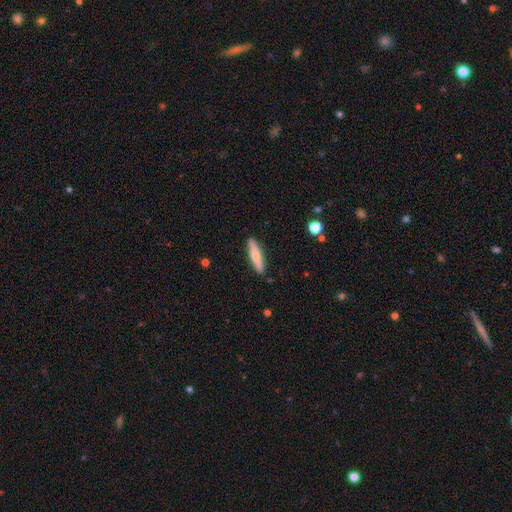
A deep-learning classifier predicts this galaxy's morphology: Smooth or featured: smooth — 63% (featured or disk — 31%)
How rounded: cigar-shaped — 82% (in between — 16%)
Merging: none — 89% (minor disturbance — 8%)